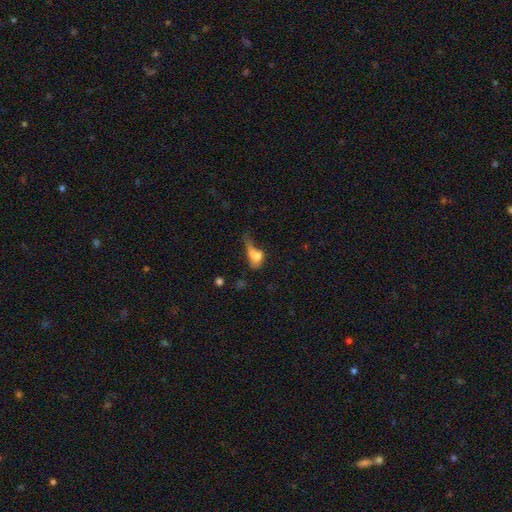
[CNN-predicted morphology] This appears to be a smooth galaxy with no disk features (64%) that is in between round and cigar-shaped (69%). Merging: major disturbance (42%).